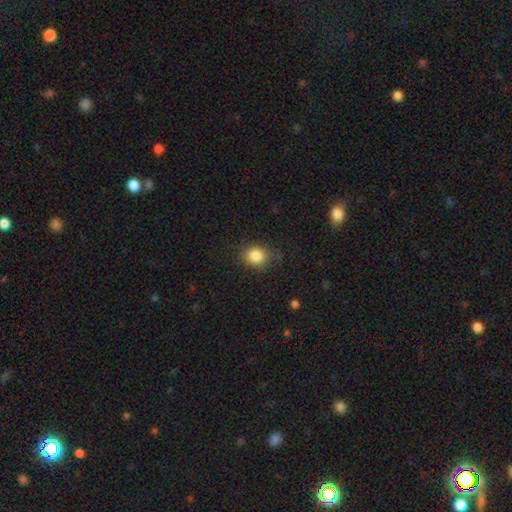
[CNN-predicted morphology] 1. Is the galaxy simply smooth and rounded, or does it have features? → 84% smooth, 10% star or artifact, 5% featured or disk.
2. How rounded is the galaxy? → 69% round, 31% in between, 1% cigar-shaped.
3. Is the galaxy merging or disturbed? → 80% none, 15% minor disturbance, 4% major disturbance, 1% merger.